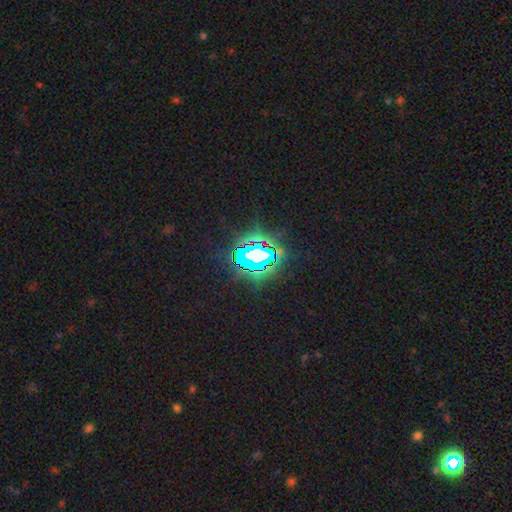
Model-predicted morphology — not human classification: Smooth or featured: star or artifact — 74% (featured or disk — 13%)